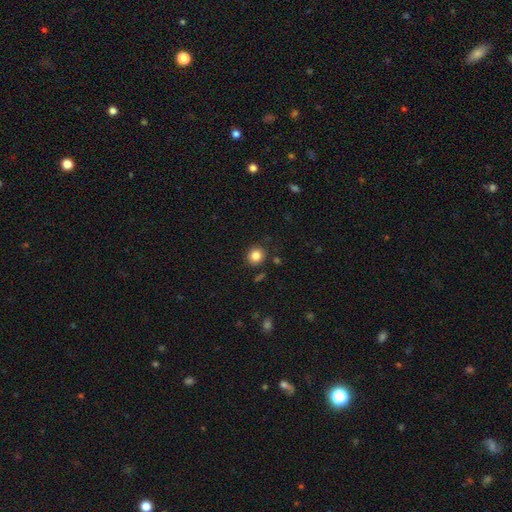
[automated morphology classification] smooth-or-featured: smooth: 84% | star or artifact: 11% | featured or disk: 6%
  how-rounded: round: 85% | in between: 14% | cigar-shaped: 1%
  merging: none: 88% | minor disturbance: 8% | merger: 2% | major disturbance: 2%